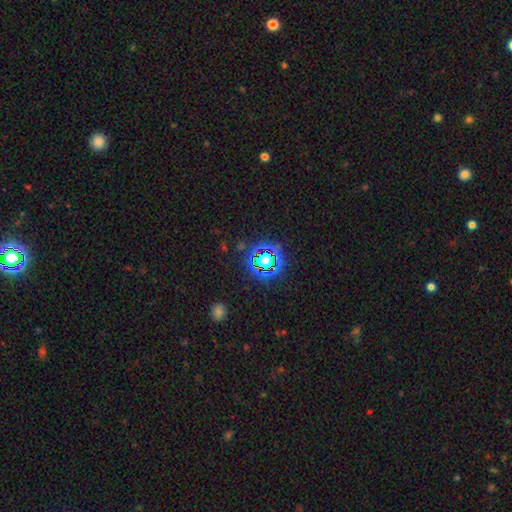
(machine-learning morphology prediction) Overall: star or artifact (66%).